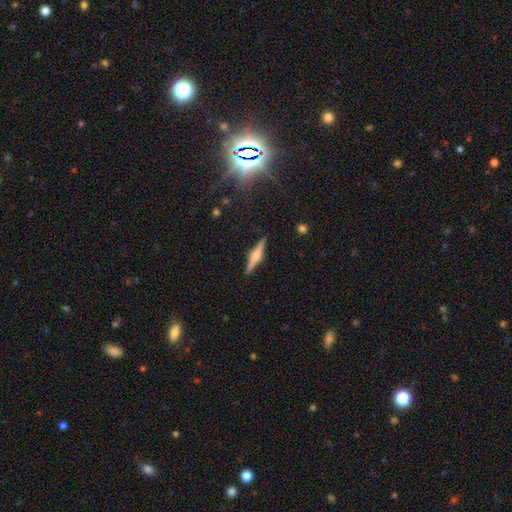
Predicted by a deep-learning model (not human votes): A featured or disk galaxy (69%) viewed edge-on (98%) with a rounded central bulge (78%).

Vote fractions:
- Smooth or featured? featured or disk: 69% / smooth: 24% / star or artifact: 7%
- Edge-on disk? yes: 98% / no: 2%
- Edge-on bulge? rounded: 78% / boxy: 16% / none: 6%
- Merging? none: 90% / minor disturbance: 7% / major disturbance: 2% / merger: 1%